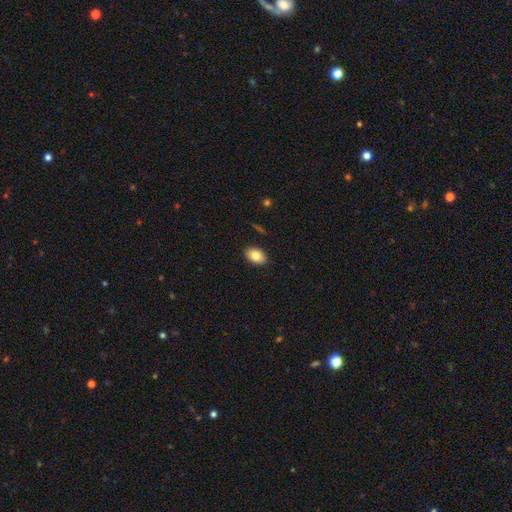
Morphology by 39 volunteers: type=smooth (79%); roundness=in between (87%); merging=none (91%).